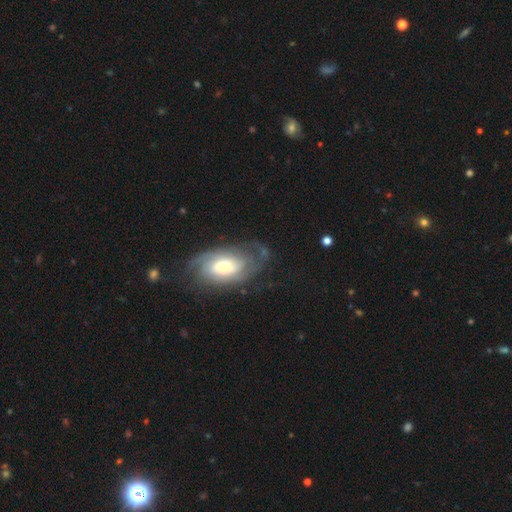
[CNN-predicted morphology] The model was most divided on "spiral arm count": 2: 40%, can't tell: 34%, 3: 13%, 1: 5%, 4: 5%, more than 4: 4%. Remaining: edge-on disk — no (95%); spiral arms — yes (90%); smooth or featured — featured or disk (76%); merging — none (68%); bar — no (60%); spiral winding — tight (54%); bulge size — moderate (49%).